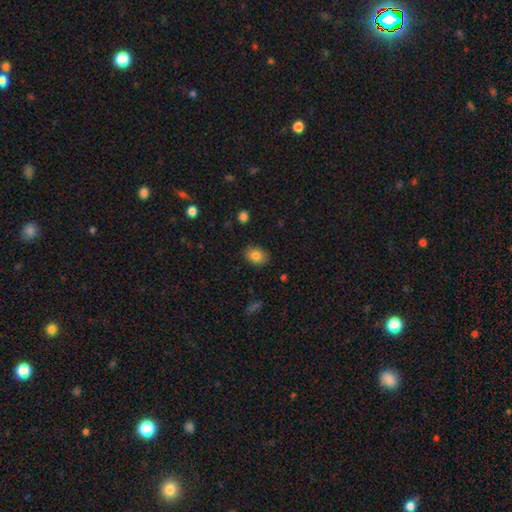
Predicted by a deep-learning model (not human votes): smooth_or_featured: smooth (p=0.83) [alt: star or artifact p=0.08]
how_rounded: in between (p=0.68) [alt: round p=0.31]
merging: none (p=0.86) [alt: minor disturbance p=0.11]